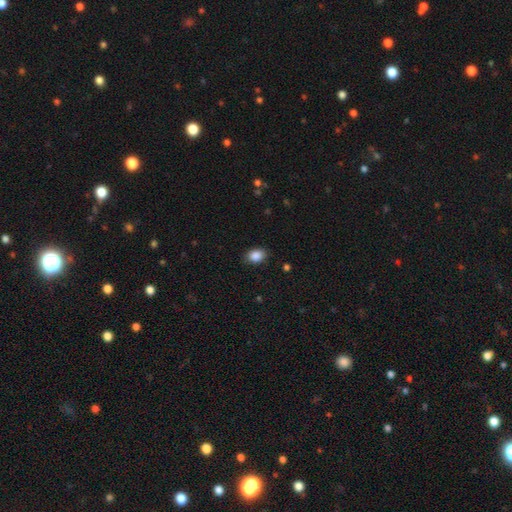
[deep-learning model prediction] Smooth or featured: smooth — 88% (star or artifact — 8%)
How rounded: in between — 72% (round — 27%)
Merging: none — 85% (minor disturbance — 12%)